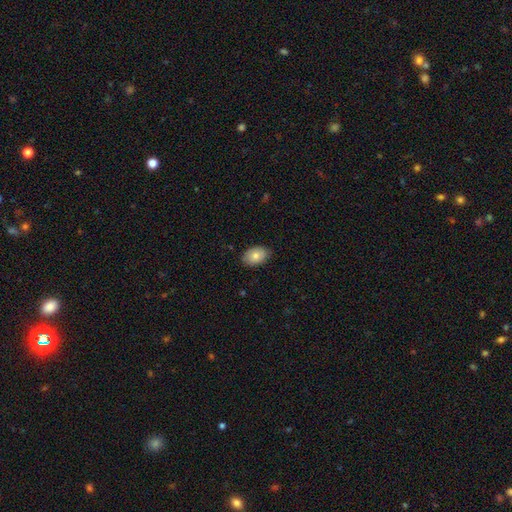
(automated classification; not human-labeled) Smooth or featured? smooth (80%)
How rounded? in between (87%)
Merging? none (85%)